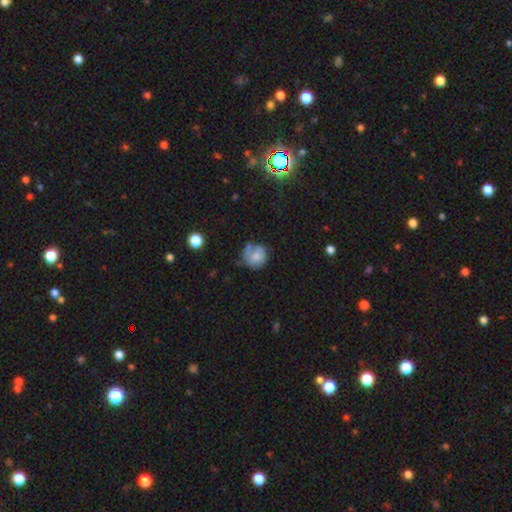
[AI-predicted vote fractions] A smooth galaxy with no disk features (65%) that is round (81%).

Vote fractions:
- Smooth or featured? smooth: 65% / featured or disk: 26% / star or artifact: 9%
- How rounded? round: 81% / in between: 18% / cigar-shaped: 1%
- Merging? none: 46% / minor disturbance: 27% / major disturbance: 15% / merger: 12%